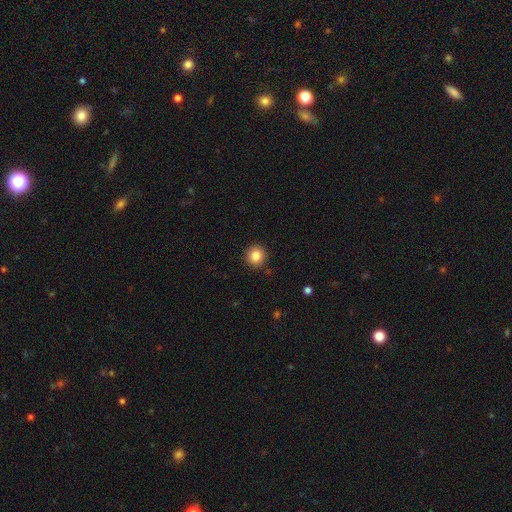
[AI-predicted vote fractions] Smooth or featured?
  - smooth: 86% *
  - star or artifact: 10%
  - featured or disk: 5%
How rounded?
  - round: 93% *
  - in between: 6%
  - cigar-shaped: 1%
Merging?
  - none: 90% *
  - minor disturbance: 7%
  - major disturbance: 2%
  - merger: 1%